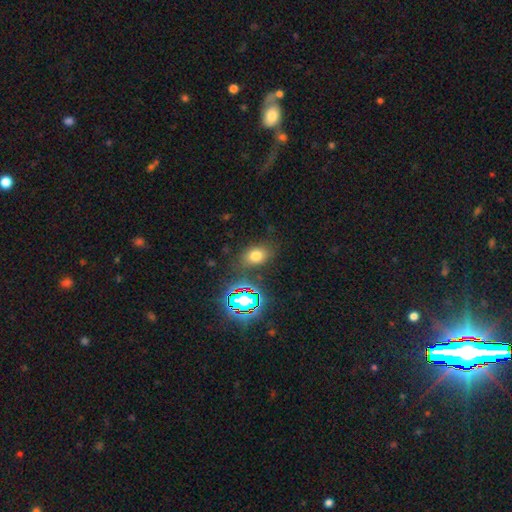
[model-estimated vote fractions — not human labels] A smooth galaxy with no disk features (67%) that is in between round and cigar-shaped (70%). Merging: none (78%).